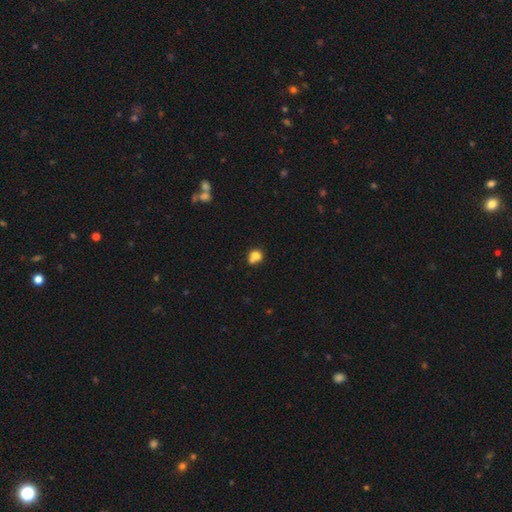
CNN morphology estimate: Smooth or featured?
  - smooth: 75% *
  - featured or disk: 13%
  - star or artifact: 12%
How rounded?
  - round: 73% *
  - in between: 26%
  - cigar-shaped: 1%
Merging?
  - none: 43% *
  - merger: 37%
  - minor disturbance: 14%
  - major disturbance: 6%